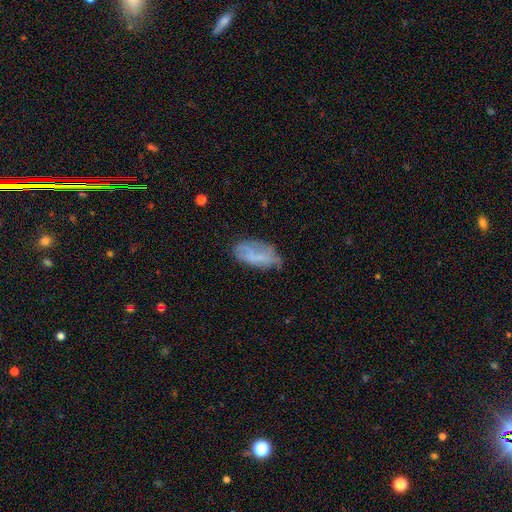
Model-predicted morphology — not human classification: type=smooth (58%); roundness=in between (89%); merging=none (49%).